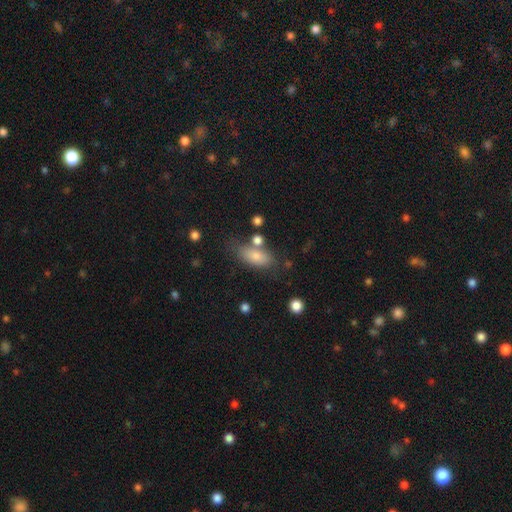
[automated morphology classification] smooth_or_featured: smooth (p=0.76) [alt: featured or disk p=0.14]
how_rounded: in between (p=0.82) [alt: cigar-shaped p=0.13]
merging: none (p=0.65) [alt: minor disturbance p=0.17]